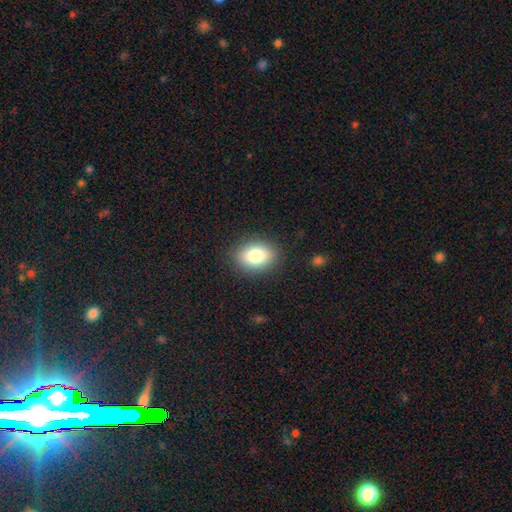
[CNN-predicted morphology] A smooth galaxy with no disk features (80%) that is in between round and cigar-shaped (73%). Merging: none (87%).